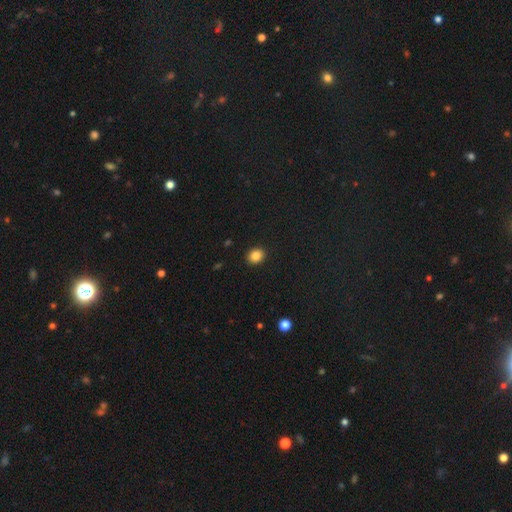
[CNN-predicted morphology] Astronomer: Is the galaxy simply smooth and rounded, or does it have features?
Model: smooth — 85%.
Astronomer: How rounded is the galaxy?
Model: round — 72%.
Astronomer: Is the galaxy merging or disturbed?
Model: none — 92%.